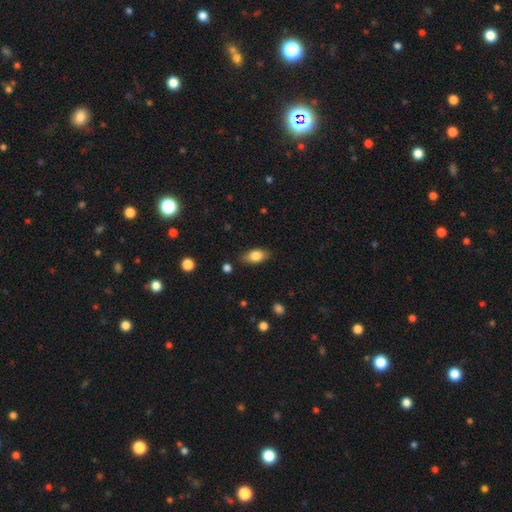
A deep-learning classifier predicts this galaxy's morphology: This is likely a smooth galaxy (79%). How rounded: clearly in between (88%). Merging: clearly none (82%).